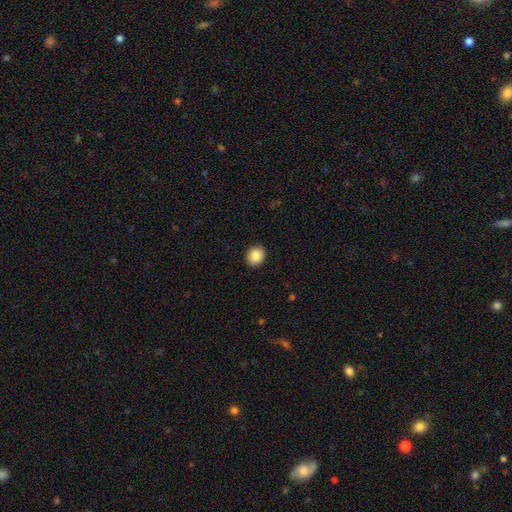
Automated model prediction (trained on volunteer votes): The model was most divided on "how rounded": round: 71%, in between: 28%, cigar-shaped: 1%. More confident: merging — none (92%); smooth or featured — smooth (87%).